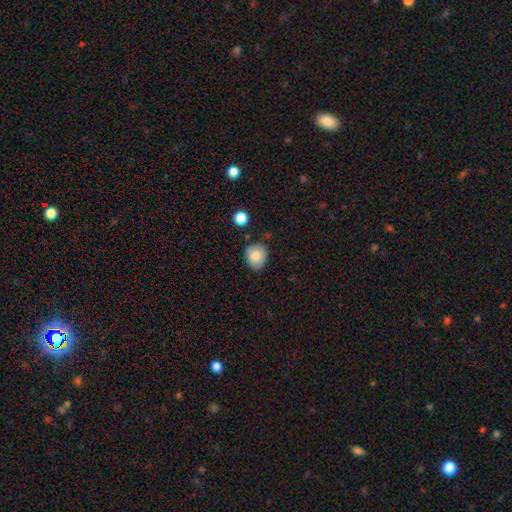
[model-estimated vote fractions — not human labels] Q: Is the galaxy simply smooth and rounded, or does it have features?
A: smooth — 81%.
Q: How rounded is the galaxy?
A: round — 64%.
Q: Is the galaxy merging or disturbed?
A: none — 73%.